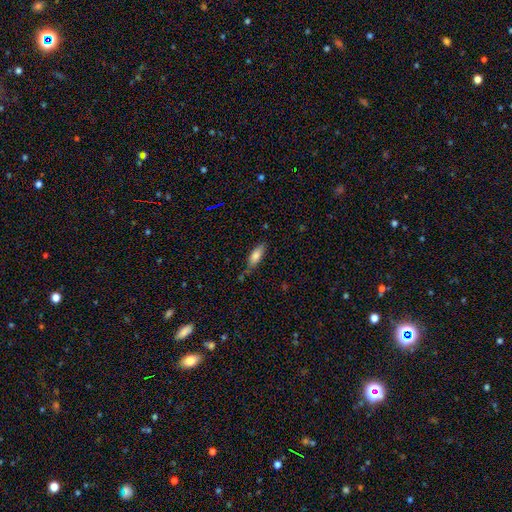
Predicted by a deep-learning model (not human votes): Q: Smooth or featured?
A: smooth (77%); runner-up: featured or disk (15%)
Q: How rounded?
A: in between (59%); runner-up: cigar-shaped (39%)
Q: Merging?
A: none (62%); runner-up: minor disturbance (26%)